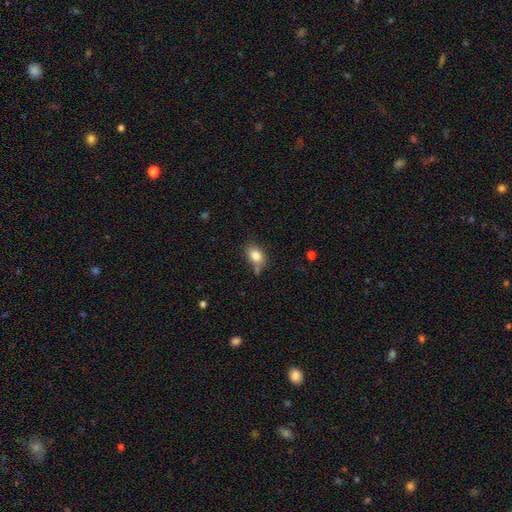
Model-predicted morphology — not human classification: Overall: smooth (83%). How rounded: in between (79%). Merging: none (59%; minor disturbance 25%).